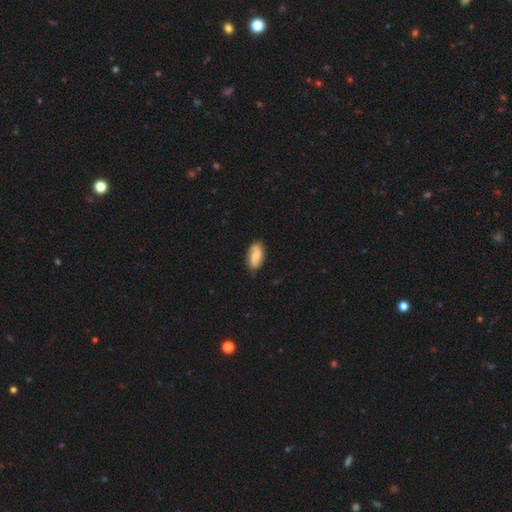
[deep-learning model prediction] This appears to be a smooth galaxy with no disk features (58%) that is in between round and cigar-shaped (89%). Merging: none (77%).